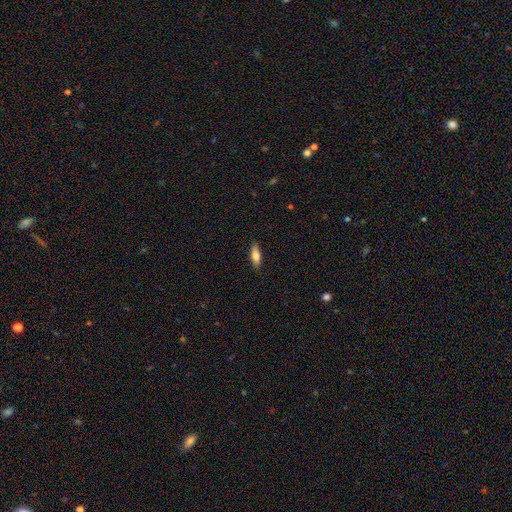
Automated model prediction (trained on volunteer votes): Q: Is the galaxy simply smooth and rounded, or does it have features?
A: smooth — 77%.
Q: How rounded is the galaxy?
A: in between — 61%.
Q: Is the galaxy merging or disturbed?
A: none — 88%.